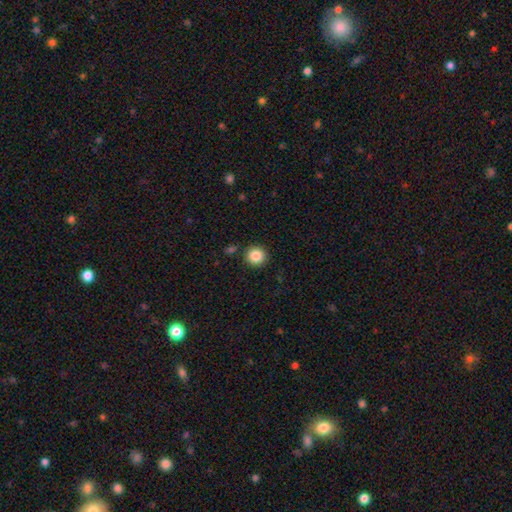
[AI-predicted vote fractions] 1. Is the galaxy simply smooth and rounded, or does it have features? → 86% smooth, 9% star or artifact, 4% featured or disk.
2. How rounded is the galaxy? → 94% round, 5% in between, 1% cigar-shaped.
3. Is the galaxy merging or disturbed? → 90% none, 6% minor disturbance, 2% merger, 2% major disturbance.